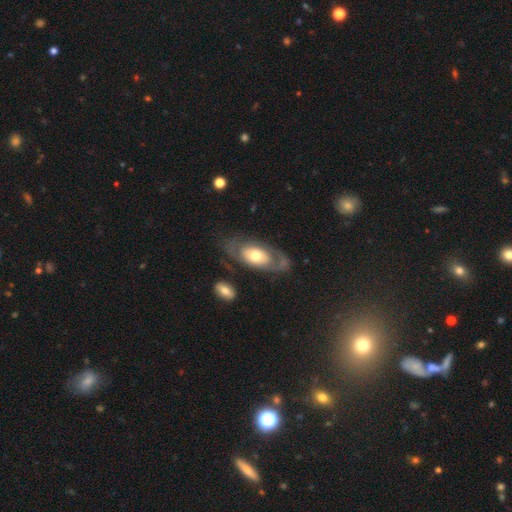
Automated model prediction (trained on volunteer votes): featured or disk 60%, smooth 35%, star or artifact 6%. Down the decision tree: edge-on disk — no (89%); bar — no (83%); spiral arms — no (51%); bulge size — moderate (63%); merging — none (63%).